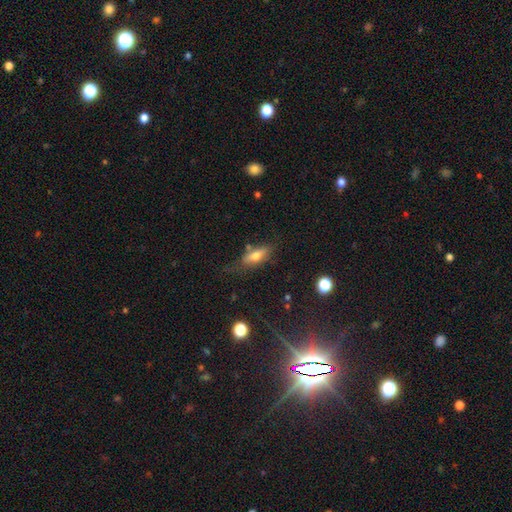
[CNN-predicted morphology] Overall: smooth (59%; featured or disk 32%). How rounded: in between (64%; cigar-shaped 32%). Merging: none (63%; minor disturbance 23%).